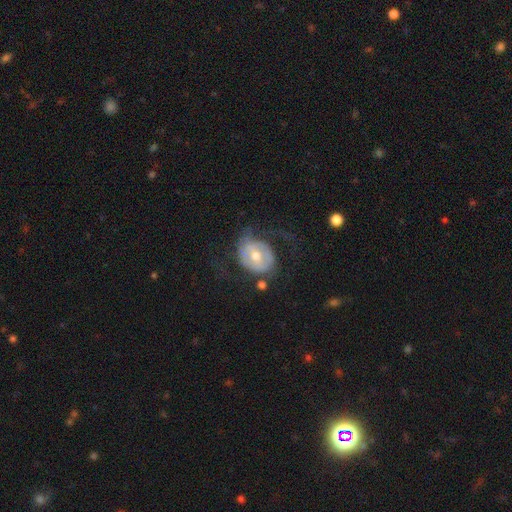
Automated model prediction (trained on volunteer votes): featured or disk 66%, smooth 27%, star or artifact 7%. Down the decision tree: edge-on disk — no (96%); bar — no (45%); spiral arms — yes (65%); bulge size — moderate (65%); merging — none (43%).